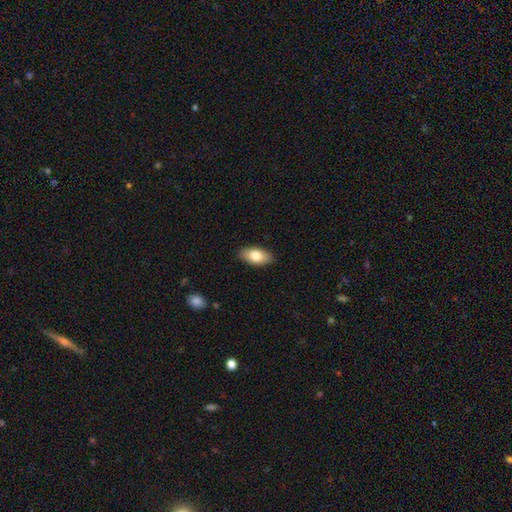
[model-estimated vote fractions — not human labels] The model was most divided on "smooth or featured": smooth: 79%, featured or disk: 15%, star or artifact: 6%. More confident: how rounded — in between (92%); merging — none (89%).